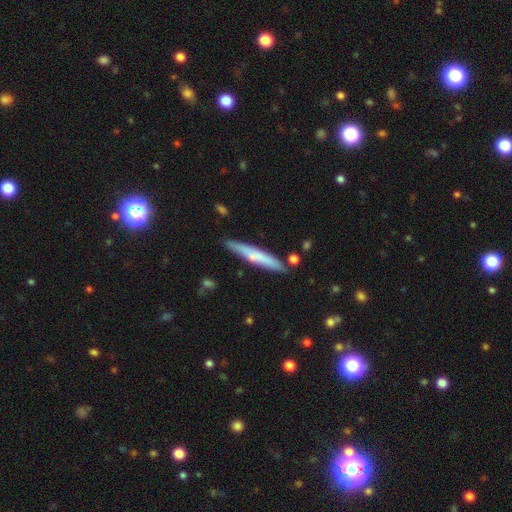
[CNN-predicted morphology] Smooth or featured: smooth — 54% (featured or disk — 39%)
How rounded: cigar-shaped — 93% (in between — 5%)
Merging: none — 83% (minor disturbance — 12%)